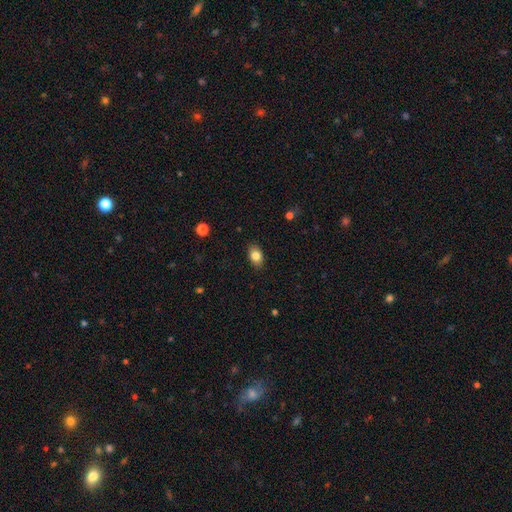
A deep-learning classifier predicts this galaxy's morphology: type=smooth (83%); roundness=in between (84%); merging=none (87%).